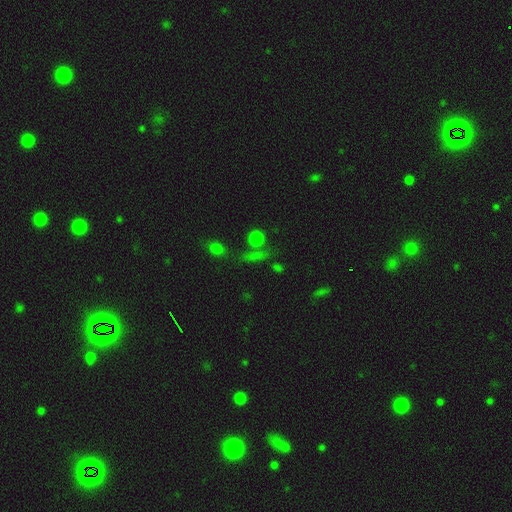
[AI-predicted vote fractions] This appears to be a smooth galaxy with no disk features (62%) that is round (60%). Merging: none (70%).